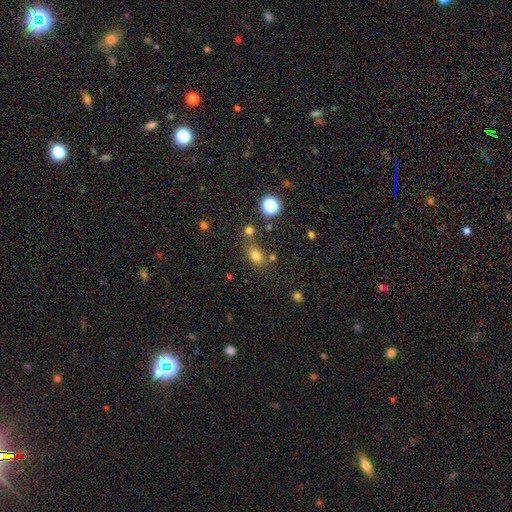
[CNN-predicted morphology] smooth_or_featured: smooth (p=0.74) [alt: star or artifact p=0.17]
how_rounded: in between (p=0.66) [alt: round p=0.32]
merging: none (p=0.65) [alt: merger p=0.15]